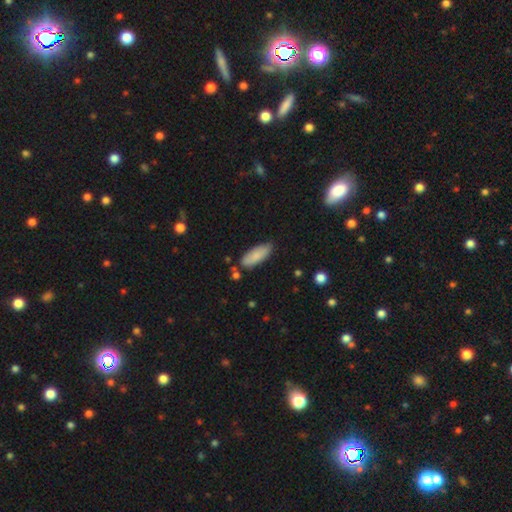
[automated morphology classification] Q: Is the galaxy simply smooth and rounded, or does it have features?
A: smooth — 86%.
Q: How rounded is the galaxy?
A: in between — 73%.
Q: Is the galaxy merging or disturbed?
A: none — 76%.